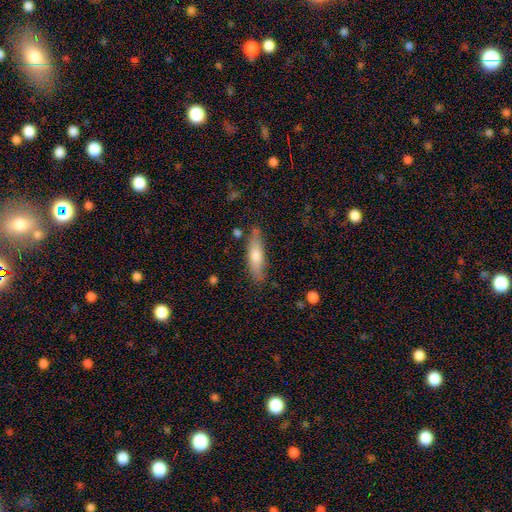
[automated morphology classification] Smooth or featured?
  - smooth: 61% *
  - featured or disk: 32%
  - star or artifact: 7%
How rounded?
  - cigar-shaped: 68% *
  - in between: 30%
  - round: 2%
Merging?
  - none: 81% *
  - minor disturbance: 13%
  - major disturbance: 3%
  - merger: 2%